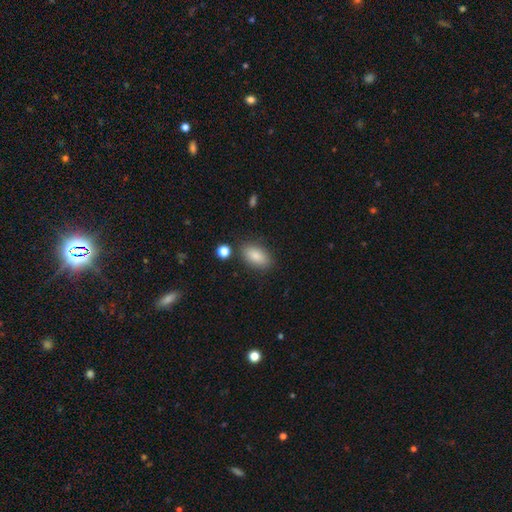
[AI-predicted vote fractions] smooth_or_featured: smooth (p=0.86) [alt: star or artifact p=0.07]
how_rounded: in between (p=0.91) [alt: round p=0.05]
merging: none (p=0.82) [alt: minor disturbance p=0.11]